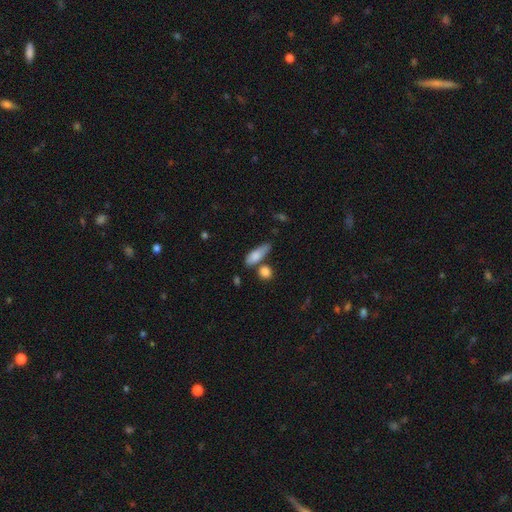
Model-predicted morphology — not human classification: Q: Smooth or featured?
A: smooth (78%); runner-up: featured or disk (14%)
Q: How rounded?
A: in between (61%); runner-up: cigar-shaped (34%)
Q: Merging?
A: none (48%); runner-up: minor disturbance (24%)